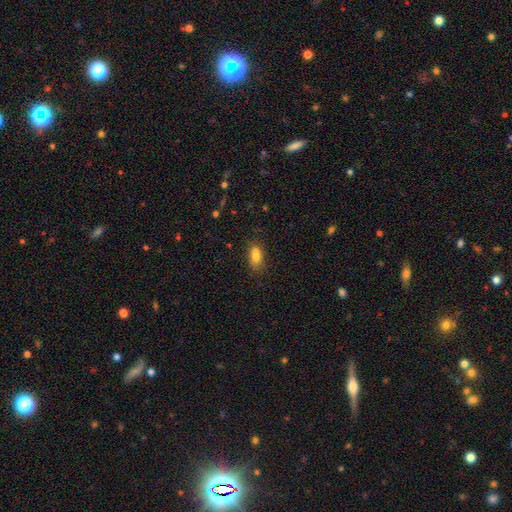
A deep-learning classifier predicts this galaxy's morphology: Smooth or featured? Predicted: smooth (p=0.77). How rounded? Predicted: in between (p=0.81). Merging? Predicted: none (p=0.51).